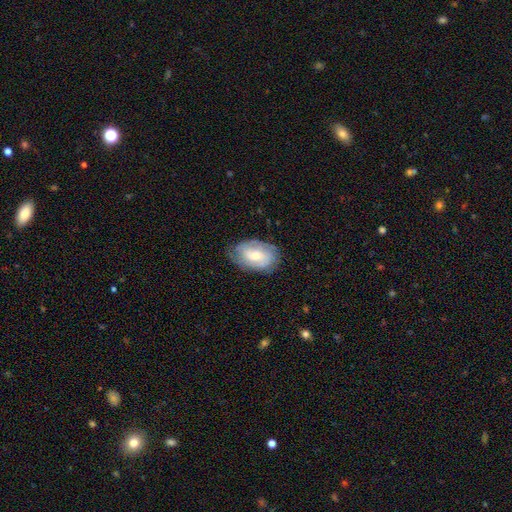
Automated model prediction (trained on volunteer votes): Q: Smooth or featured?
A: featured or disk (48%); runner-up: smooth (45%)
Q: Merging?
A: none (71%); runner-up: minor disturbance (21%)